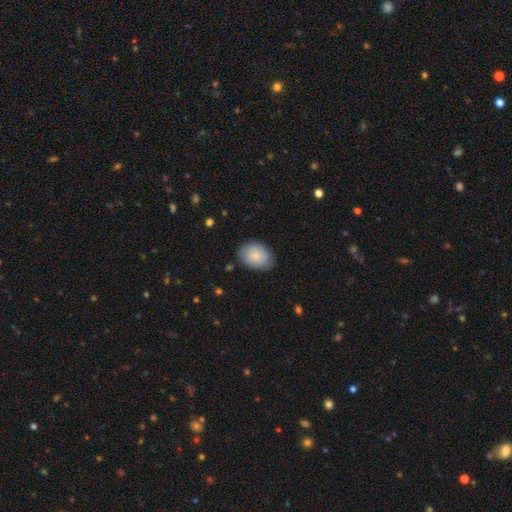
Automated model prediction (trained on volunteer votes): A smooth galaxy with no disk features (73%) that is in between round and cigar-shaped (75%).

Vote fractions:
- Smooth or featured? smooth: 73% / featured or disk: 21% / star or artifact: 7%
- How rounded? in between: 75% / round: 24% / cigar-shaped: 1%
- Merging? none: 78% / minor disturbance: 17% / major disturbance: 4% / merger: 1%